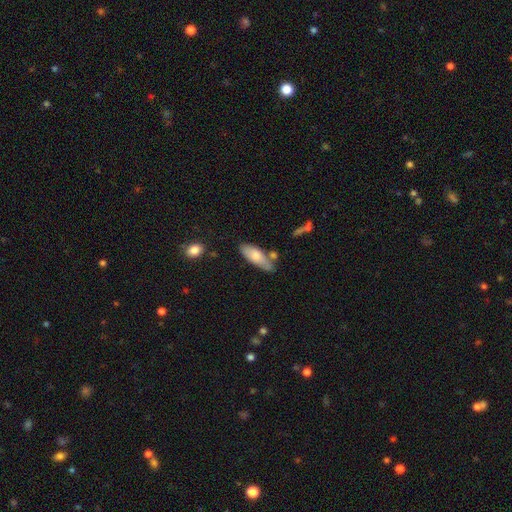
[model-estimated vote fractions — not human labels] Overall: smooth (72%). How rounded: in between (71%). Merging: none (61%; minor disturbance 23%).